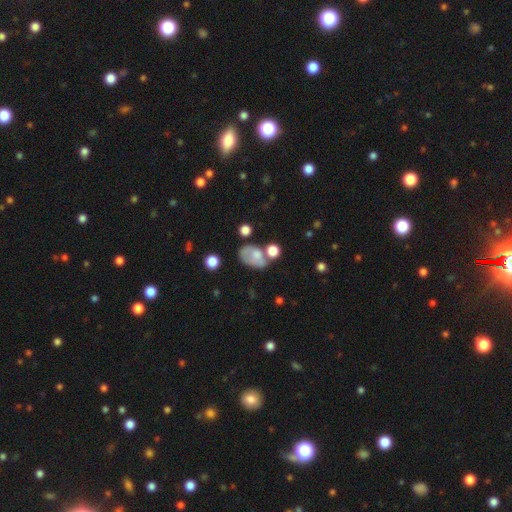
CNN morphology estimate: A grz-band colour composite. It shows a smooth galaxy with no disk features (66%) that is in between round and cigar-shaped (82%). Merging: none (38%).